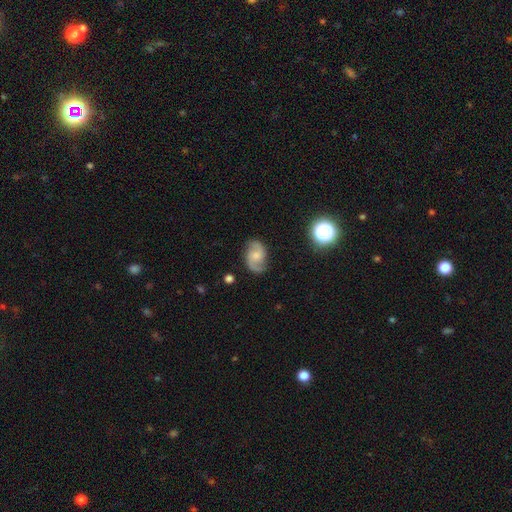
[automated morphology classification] Smooth or featured: featured or disk — 82% (smooth — 11%)
Edge-on disk: no — 98% (yes — 2%)
Bar: no — 55% (weak — 38%)
Spiral arms: yes — 97% (no — 3%)
Spiral winding: medium — 54% (loose — 28%)
Spiral arm count: 2 — 92% (can't tell — 3%)
Bulge size: small — 43% (moderate — 39%)
Merging: none — 81% (minor disturbance — 13%)